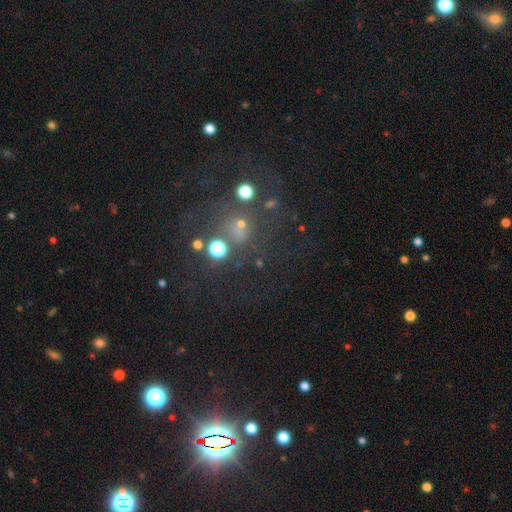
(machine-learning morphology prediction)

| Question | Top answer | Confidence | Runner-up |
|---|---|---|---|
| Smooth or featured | star or artifact | 55% | smooth (25%) |